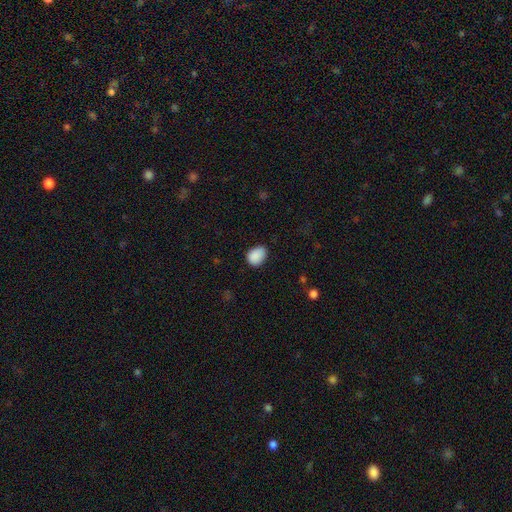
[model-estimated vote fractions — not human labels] Smooth or featured? smooth (89%)
How rounded? in between (68%)
Merging? none (73%)